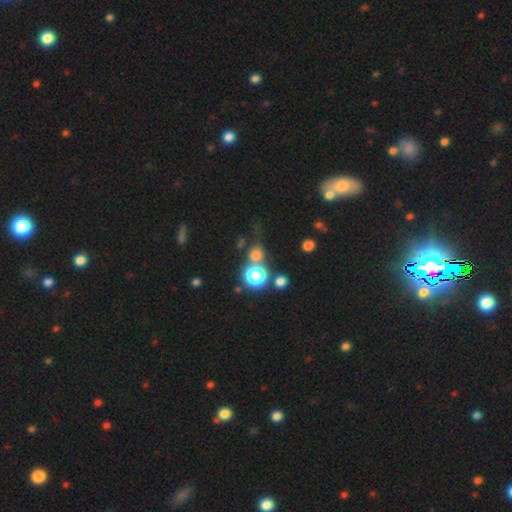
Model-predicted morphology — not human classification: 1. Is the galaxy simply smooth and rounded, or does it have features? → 62% smooth, 29% star or artifact, 9% featured or disk.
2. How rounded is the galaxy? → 82% round, 17% in between, 1% cigar-shaped.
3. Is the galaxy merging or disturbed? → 58% none, 25% merger, 11% minor disturbance, 7% major disturbance.